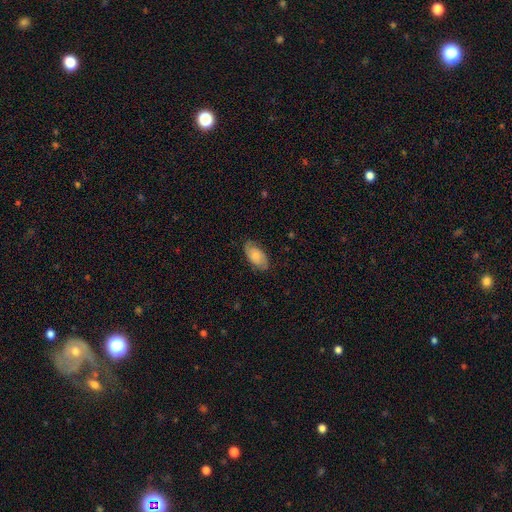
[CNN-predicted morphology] Overall: smooth (56%; featured or disk 38%). How rounded: in between (93%). Merging: none (78%).